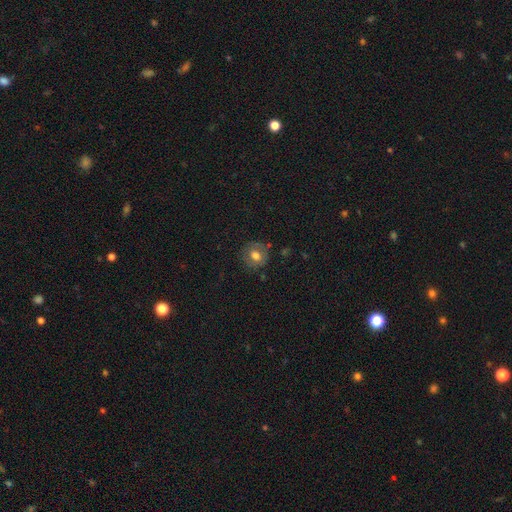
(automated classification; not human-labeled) smooth-or-featured: smooth: 62% | featured or disk: 28% | star or artifact: 10%
  how-rounded: round: 80% | in between: 19% | cigar-shaped: 1%
  merging: none: 79% | minor disturbance: 14% | major disturbance: 5% | merger: 2%